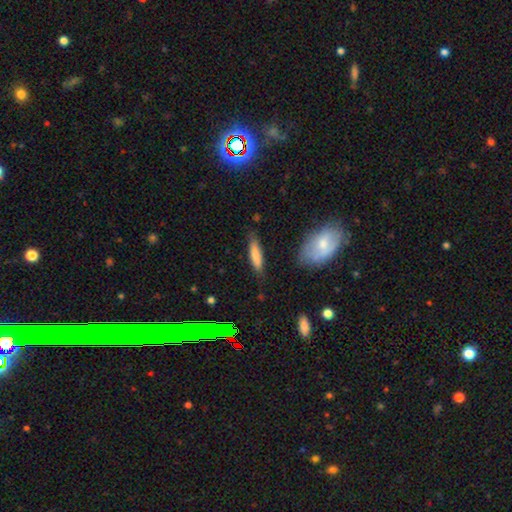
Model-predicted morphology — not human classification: This is likely a smooth galaxy (79%). How rounded: likely cigar-shaped (75%). Merging: likely none (78%).